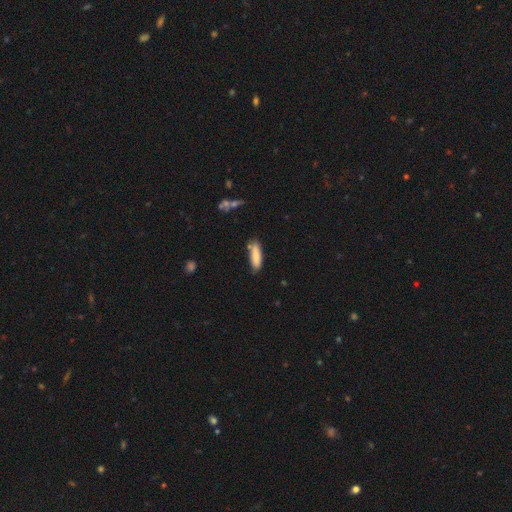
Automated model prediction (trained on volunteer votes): Smooth or featured? smooth (84%)
How rounded? cigar-shaped (60%)
Merging? none (74%)